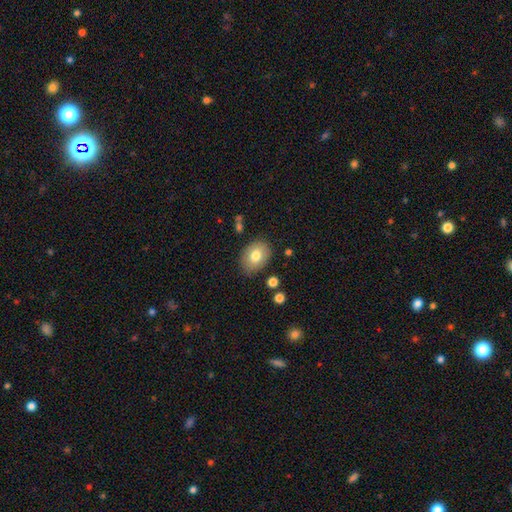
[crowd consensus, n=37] Morphology: type=smooth (81%); roundness=round (67%); merging=none (65%).